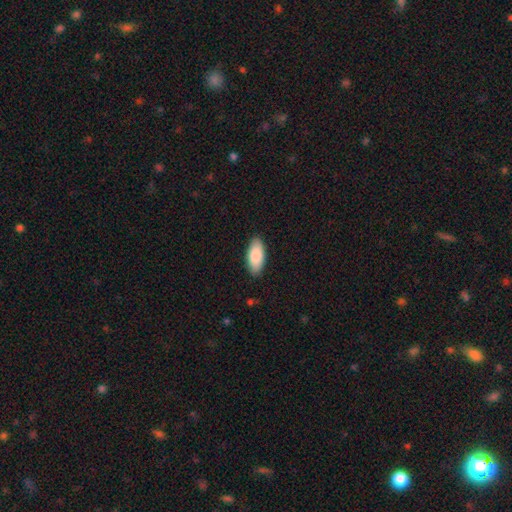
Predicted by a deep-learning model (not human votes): Morphology: type=smooth (88%); roundness=in between (91%); merging=none (88%).